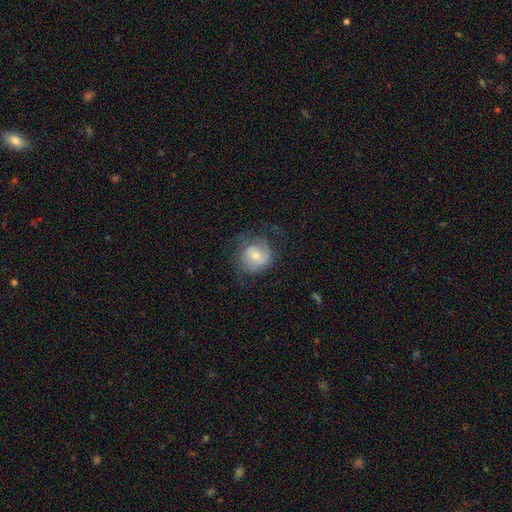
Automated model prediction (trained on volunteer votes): featured or disk 48%, smooth 44%, star or artifact 8%. Down the decision tree: merging — none (54%).